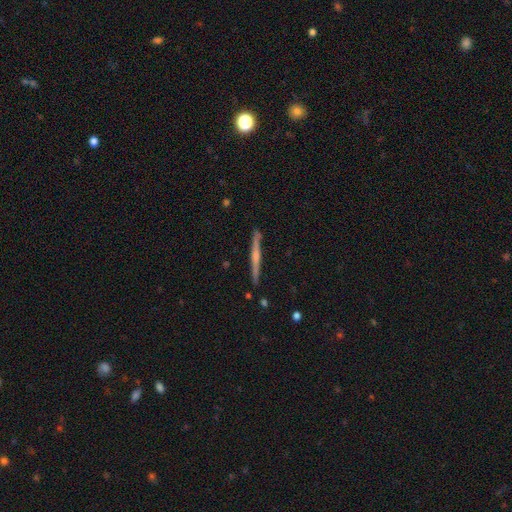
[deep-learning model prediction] A featured or disk galaxy (67%) viewed edge-on (98%) with a rounded central bulge (51%). Merging: none (90%).